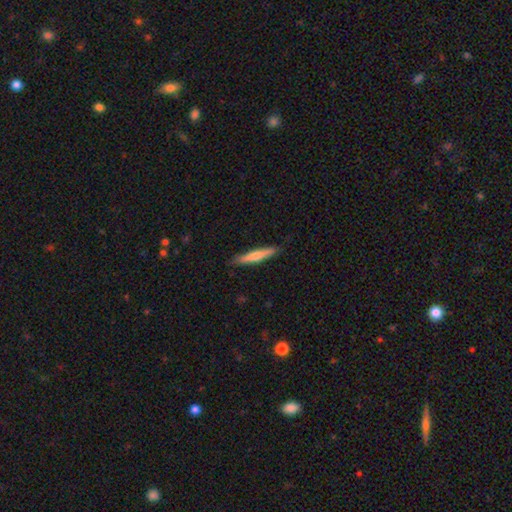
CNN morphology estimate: Smooth or featured? Predicted: smooth (p=0.60). How rounded? Predicted: cigar-shaped (p=0.92). Merging? Predicted: none (p=0.87).